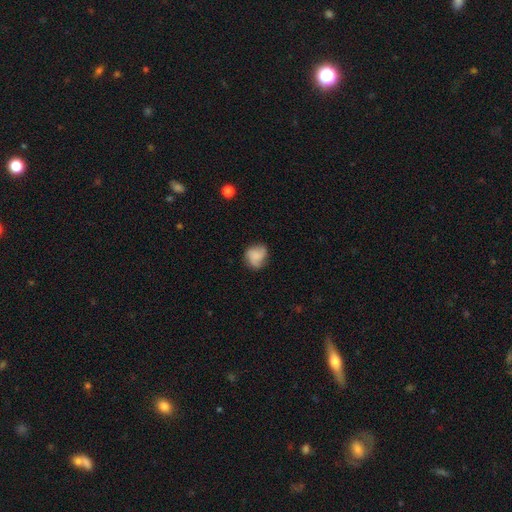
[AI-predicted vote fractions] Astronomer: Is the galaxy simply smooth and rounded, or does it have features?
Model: smooth — 58%.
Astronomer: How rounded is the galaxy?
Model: round — 64%.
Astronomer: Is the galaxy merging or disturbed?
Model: none — 63%.